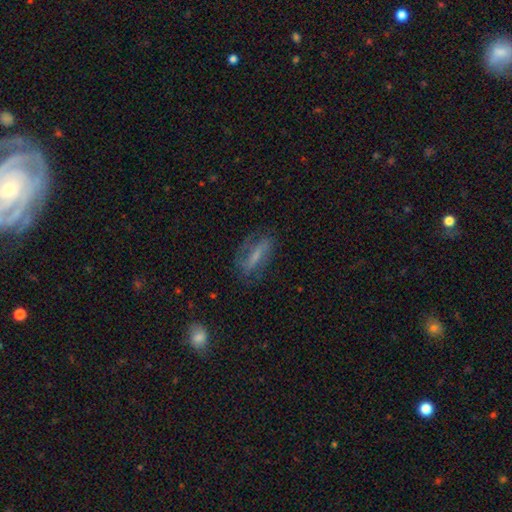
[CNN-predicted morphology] Smooth or featured? Predicted: featured or disk (p=0.50). Merging? Predicted: none (p=0.66).